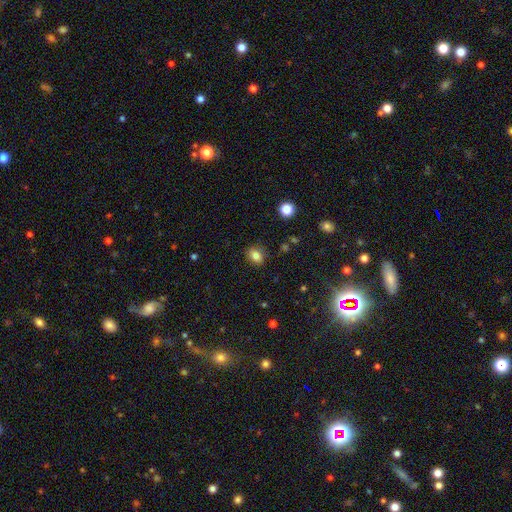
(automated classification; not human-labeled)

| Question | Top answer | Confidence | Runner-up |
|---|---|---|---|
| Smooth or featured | smooth | 80% | star or artifact (12%) |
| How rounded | in between | 54% | round (45%) |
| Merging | none | 85% | minor disturbance (11%) |